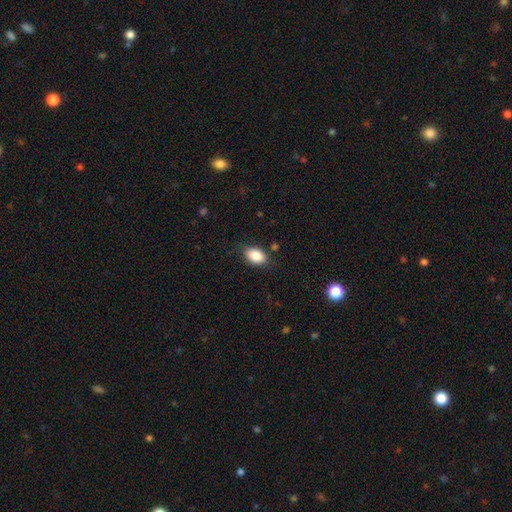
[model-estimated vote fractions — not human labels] Overall: smooth (87%). How rounded: in between (87%). Merging: none (79%).